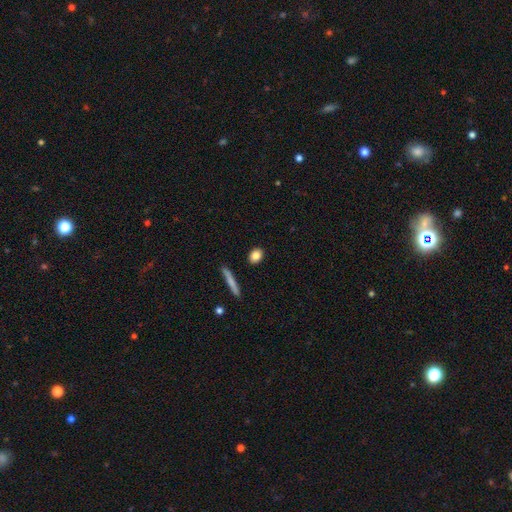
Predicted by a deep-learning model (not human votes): This appears to be a smooth galaxy with no disk features (84%) that is in between round and cigar-shaped (62%). Merging: none (89%).